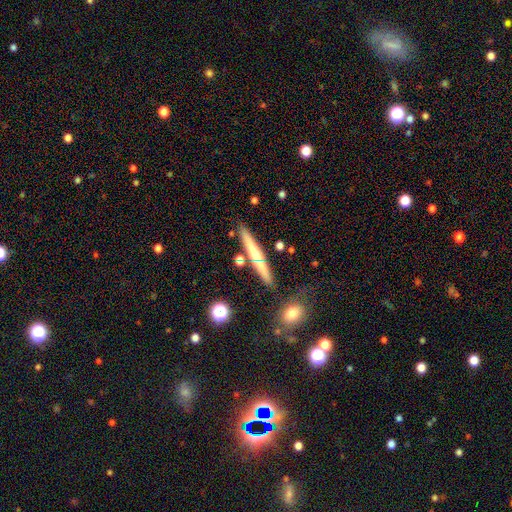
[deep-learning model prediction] Smooth or featured? smooth (47%)
Merging? none (81%)